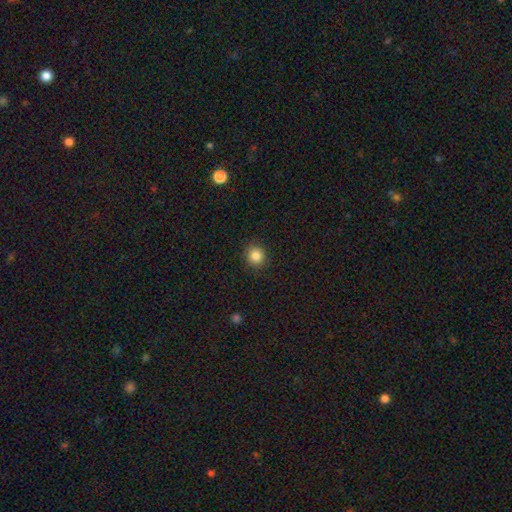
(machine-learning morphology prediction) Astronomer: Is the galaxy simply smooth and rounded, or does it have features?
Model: smooth — 85%.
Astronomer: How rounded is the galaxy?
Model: round — 88%.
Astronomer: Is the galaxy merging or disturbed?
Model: none — 90%.